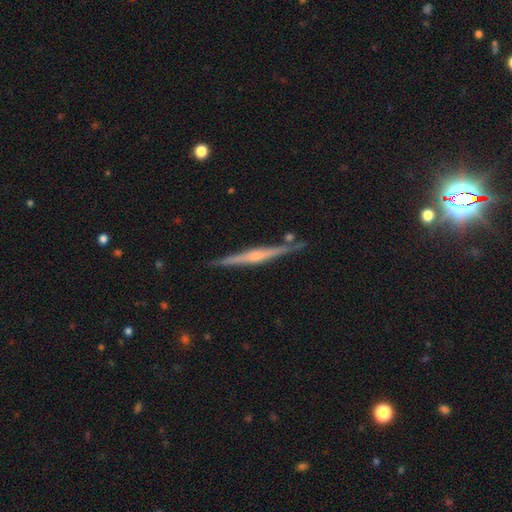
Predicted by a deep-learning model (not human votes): Smooth or featured?
  - featured or disk: 78% *
  - smooth: 17%
  - star or artifact: 6%
Edge-on disk?
  - yes: 98% *
  - no: 2%
Edge-on bulge?
  - rounded: 68% *
  - none: 20%
  - boxy: 13%
Merging?
  - none: 86% *
  - minor disturbance: 9%
  - merger: 3%
  - major disturbance: 2%